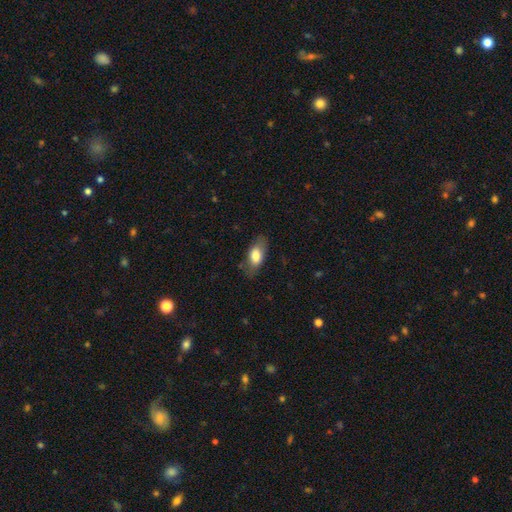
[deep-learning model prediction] This appears to be a smooth galaxy with no disk features (75%) that is in between round and cigar-shaped (87%). Merging: none (76%).